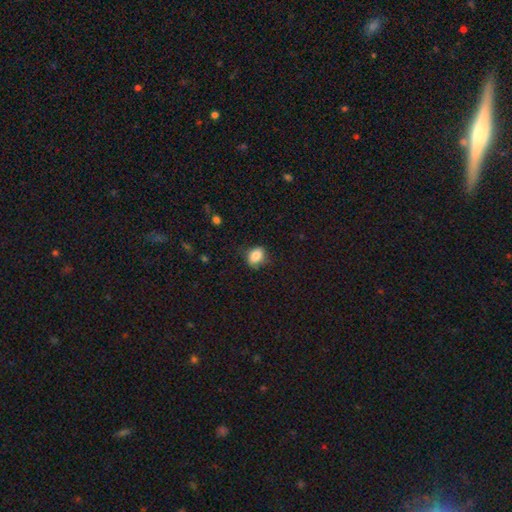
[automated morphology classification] This is clearly a smooth galaxy (85%). How rounded: likely in between (66%). Merging: likely none (77%).